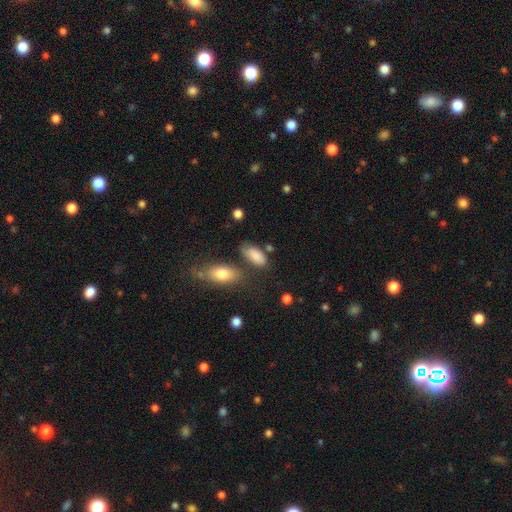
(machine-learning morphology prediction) Smooth or featured: smooth — 83% (featured or disk — 9%)
How rounded: in between — 89% (cigar-shaped — 8%)
Merging: none — 58% (minor disturbance — 24%)